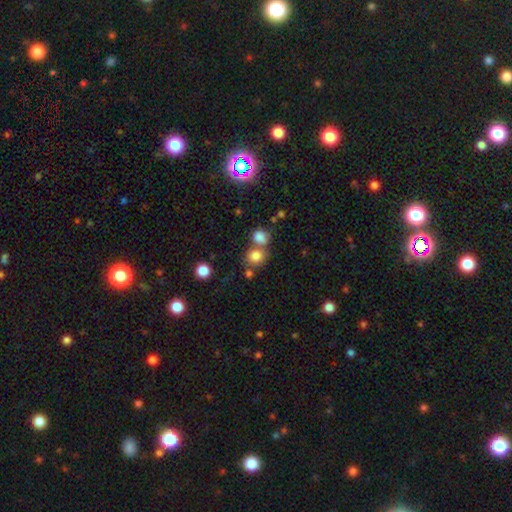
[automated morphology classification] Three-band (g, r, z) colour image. It shows a smooth galaxy with no disk features (80%) that is round (74%). Merging: none (53%).